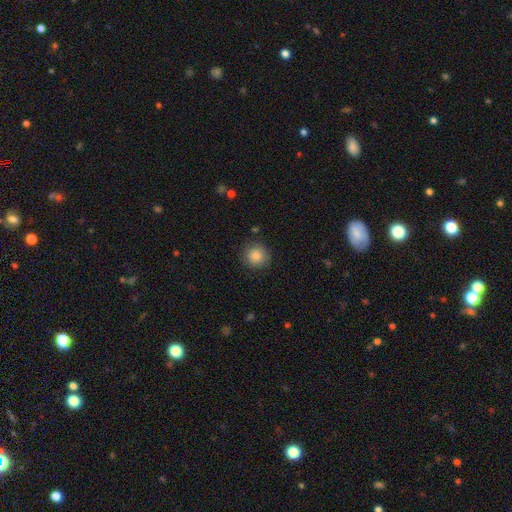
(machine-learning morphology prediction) Smooth or featured? Predicted: smooth (p=0.85). How rounded? Predicted: round (p=0.92). Merging? Predicted: none (p=0.85).